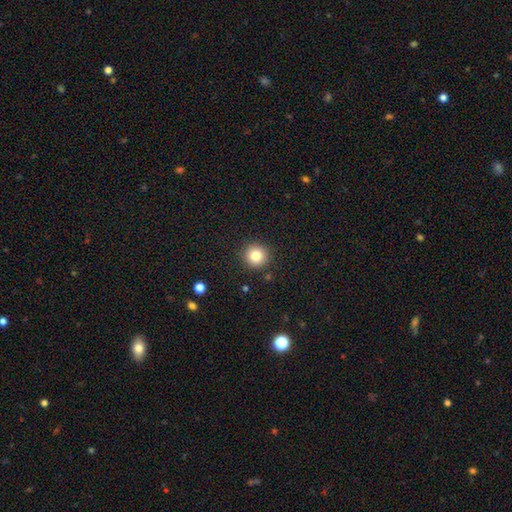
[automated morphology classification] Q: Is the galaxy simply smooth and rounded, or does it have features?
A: smooth — 81%.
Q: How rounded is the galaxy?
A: round — 95%.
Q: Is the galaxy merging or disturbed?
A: none — 91%.